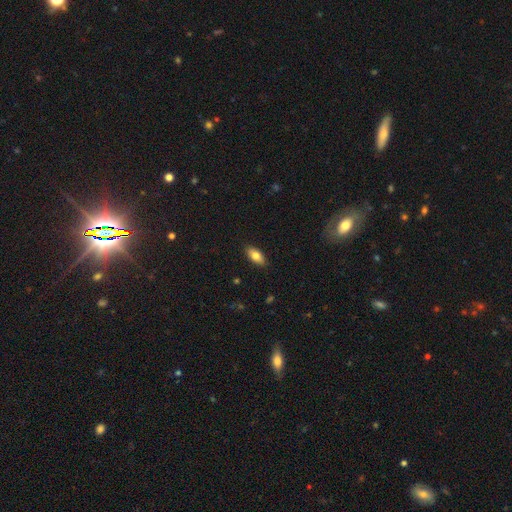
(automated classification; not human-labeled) Smooth or featured? smooth (78%)
How rounded? in between (88%)
Merging? none (88%)